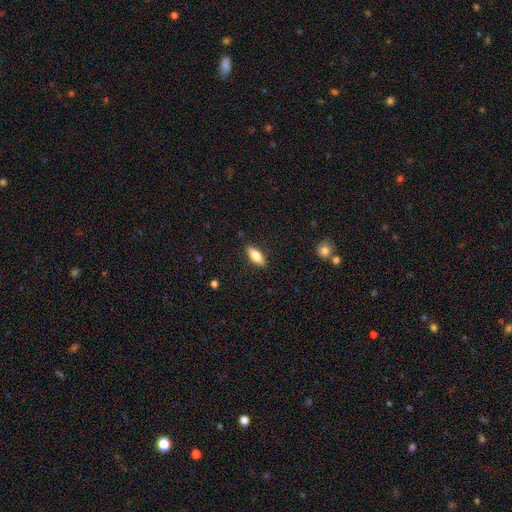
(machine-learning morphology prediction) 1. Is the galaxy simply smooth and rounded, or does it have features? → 74% smooth, 20% featured or disk, 6% star or artifact.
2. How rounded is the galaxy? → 77% in between, 20% cigar-shaped, 3% round.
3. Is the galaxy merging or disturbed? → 88% none, 9% minor disturbance, 2% major disturbance, 1% merger.